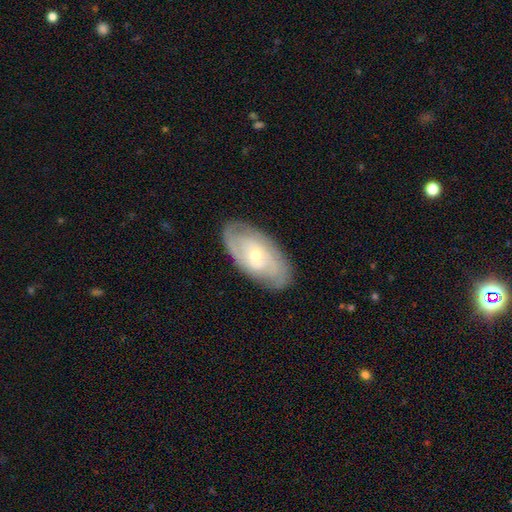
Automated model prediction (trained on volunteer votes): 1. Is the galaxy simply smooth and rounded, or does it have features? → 73% featured or disk, 21% smooth, 6% star or artifact.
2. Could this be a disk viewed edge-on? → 92% no, 8% yes.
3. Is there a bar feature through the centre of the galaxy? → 66% no, 27% weak, 7% strong.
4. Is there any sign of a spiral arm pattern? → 84% yes, 16% no.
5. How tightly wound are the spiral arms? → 61% tight, 29% medium, 9% loose.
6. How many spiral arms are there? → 41% 2, 38% can't tell, 11% 3, 4% 4, 4% 1, 3% more than 4.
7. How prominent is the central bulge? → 55% small, 42% moderate, 2% large, 1% none, 1% dominant.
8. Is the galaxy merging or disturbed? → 83% none, 13% minor disturbance, 3% major disturbance, 1% merger.